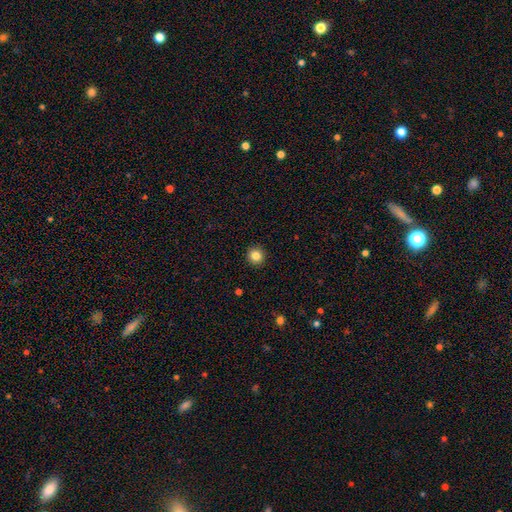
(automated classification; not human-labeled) Smooth or featured? smooth (84%)
How rounded? round (93%)
Merging? none (93%)